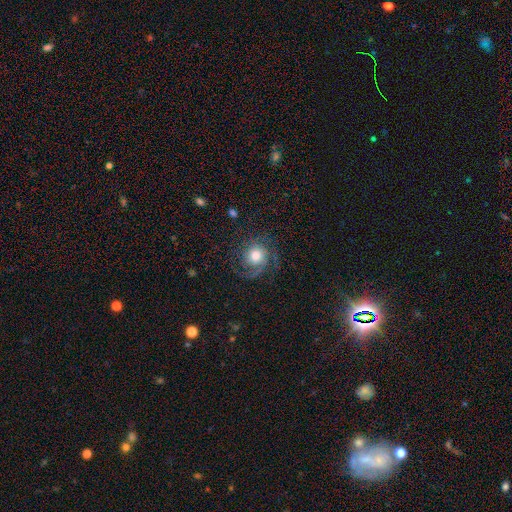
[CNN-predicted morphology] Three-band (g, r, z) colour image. It shows a featured or disk galaxy (67%) with no bar (77%), 2 (38%) medium (42%) spiral arms (92%) and a moderate central bulge (53%). Merging: none (69%).